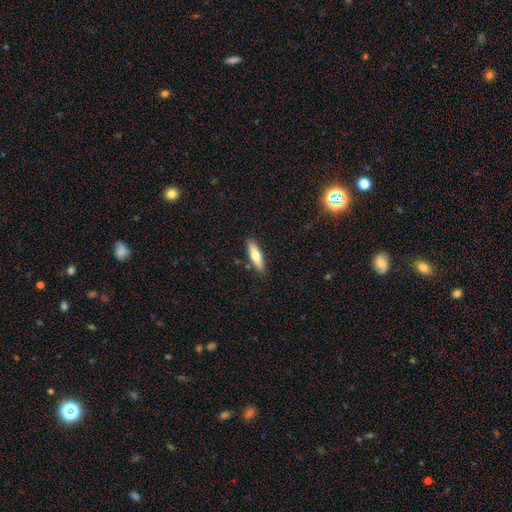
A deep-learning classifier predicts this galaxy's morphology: smooth 65%, featured or disk 29%, star or artifact 6%. Down the decision tree: how rounded — cigar-shaped (61%); merging — none (87%).